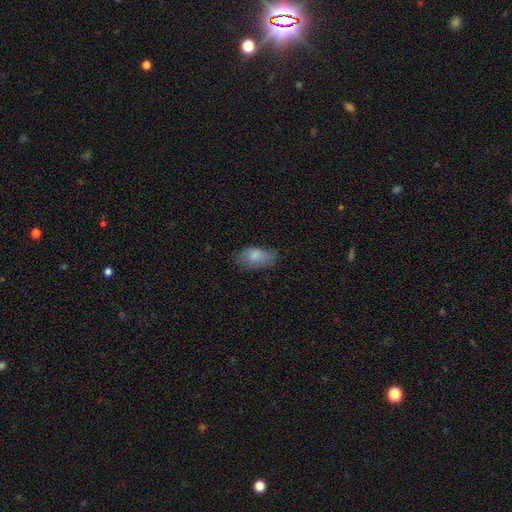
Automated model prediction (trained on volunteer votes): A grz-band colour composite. It shows a smooth galaxy with no disk features (82%) that is in between round and cigar-shaped (93%). Merging: none (64%).